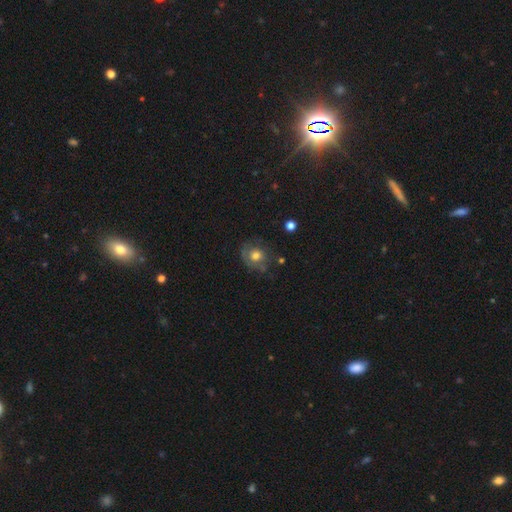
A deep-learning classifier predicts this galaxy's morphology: This appears to be a smooth galaxy with no disk features (58%) that is round (70%). Merging: none (63%).